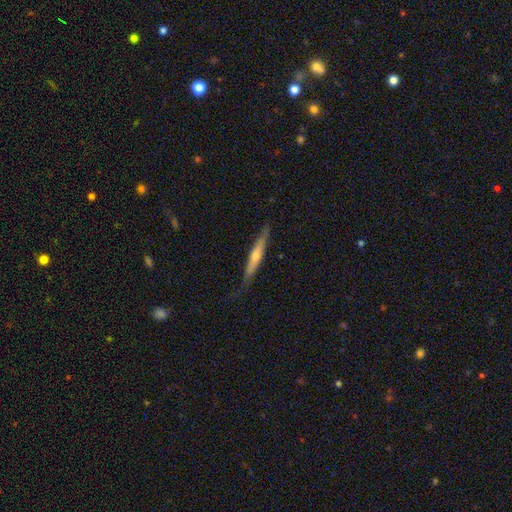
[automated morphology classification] Smooth or featured?
  - featured or disk: 53% *
  - smooth: 41%
  - star or artifact: 6%
Edge-on disk?
  - yes: 92% *
  - no: 8%
Merging?
  - none: 79% *
  - minor disturbance: 16%
  - major disturbance: 3%
  - merger: 1%